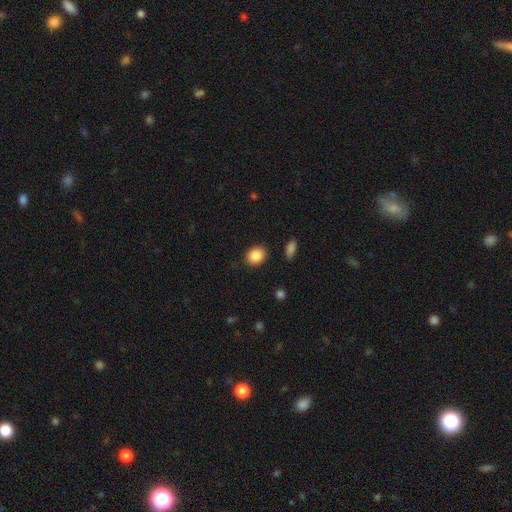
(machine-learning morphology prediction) Smooth or featured? smooth (86%)
How rounded? round (55%)
Merging? none (88%)